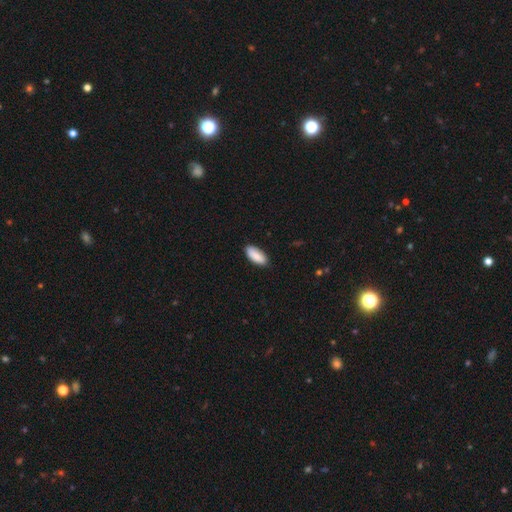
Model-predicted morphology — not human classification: smooth 89%, star or artifact 6%, featured or disk 5%. Down the decision tree: how rounded — in between (86%); merging — none (86%).